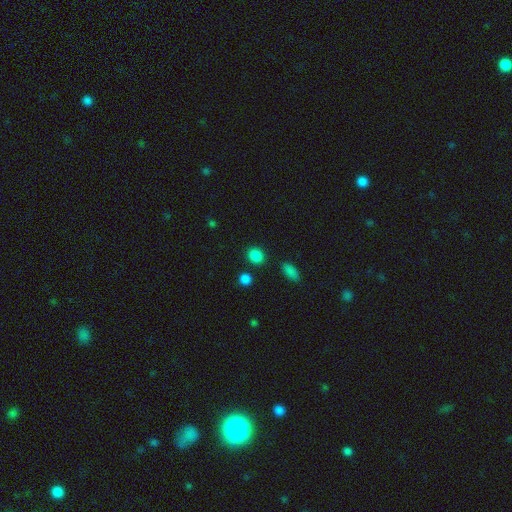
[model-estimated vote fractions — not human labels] A smooth galaxy with no disk features (86%) that is round (69%). Merging: none (84%).